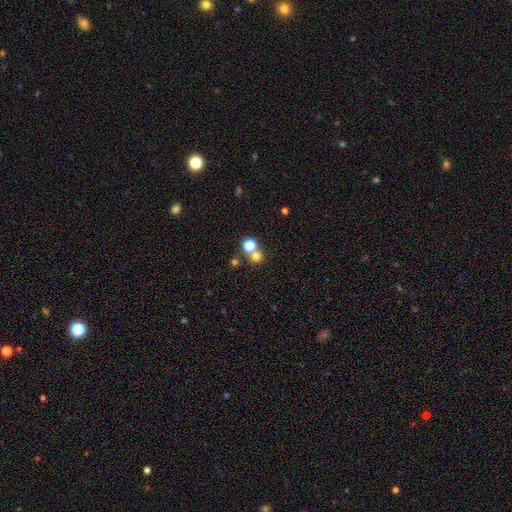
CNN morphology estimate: Smooth or featured? Predicted: smooth (p=0.71). How rounded? Predicted: round (p=0.89). Merging? Predicted: none (p=0.58).